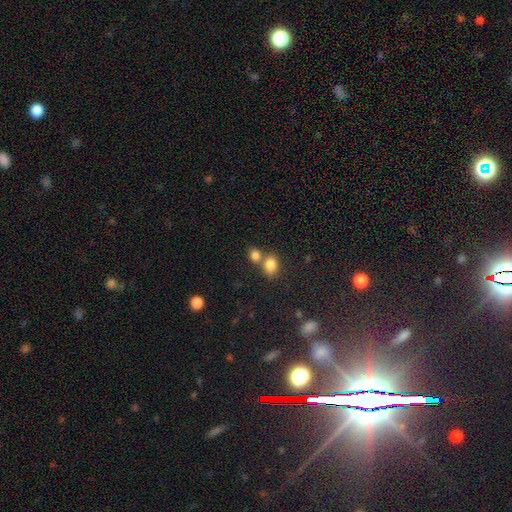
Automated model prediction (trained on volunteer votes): smooth 82%, star or artifact 11%, featured or disk 7%. Down the decision tree: how rounded — in between (53%); merging — merger (44%, tied with none).